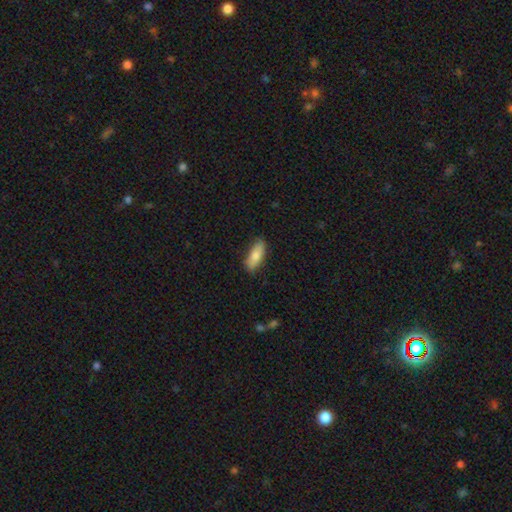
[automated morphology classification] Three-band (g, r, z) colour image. It shows a smooth galaxy with no disk features (78%) that is in between round and cigar-shaped (73%). Merging: none (82%).